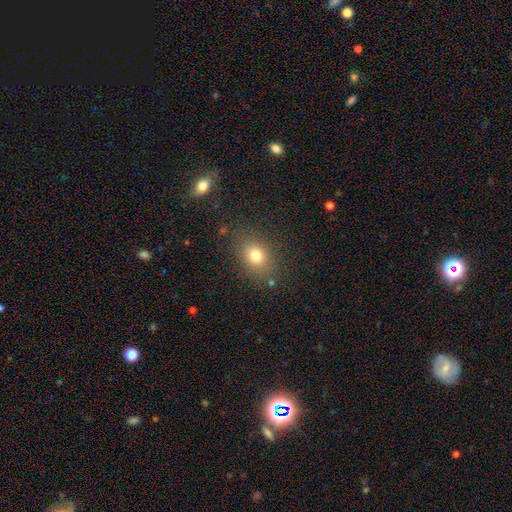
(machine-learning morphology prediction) This is likely a smooth galaxy (77%). How rounded: possibly in between (51%). Merging: clearly none (82%).